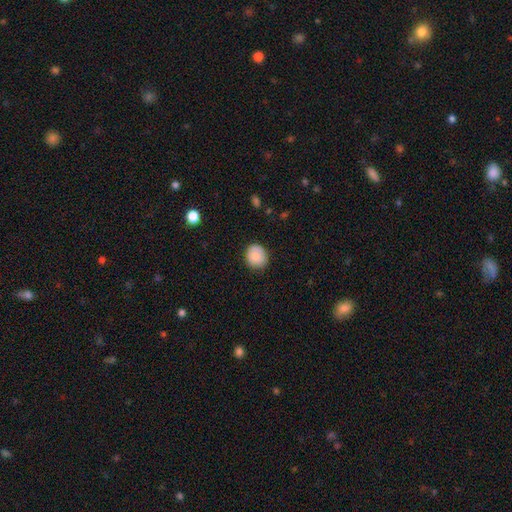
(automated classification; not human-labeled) This appears to be a smooth galaxy with no disk features (84%) that is round (76%). Merging: none (81%).